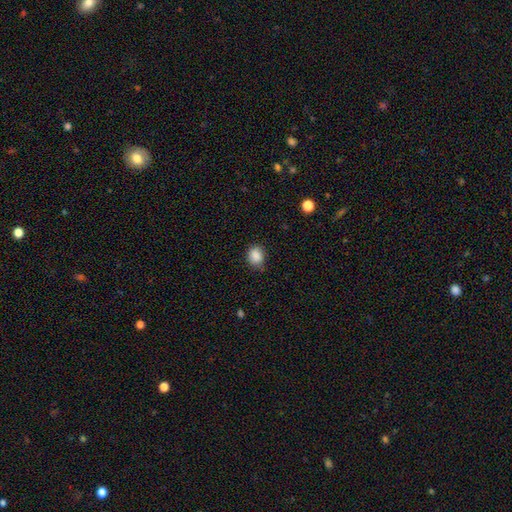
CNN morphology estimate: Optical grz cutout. It shows a smooth galaxy with no disk features (87%) that is round (62%). Merging: none (80%).